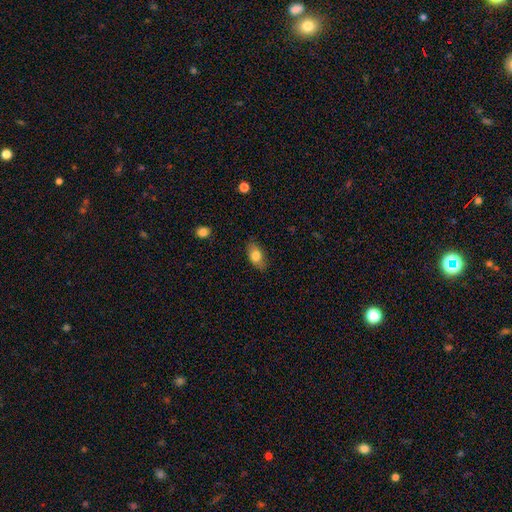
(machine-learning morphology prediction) smooth_or_featured: smooth (p=0.78) [alt: featured or disk p=0.14]
how_rounded: in between (p=0.86) [alt: round p=0.09]
merging: none (p=0.81) [alt: minor disturbance p=0.15]